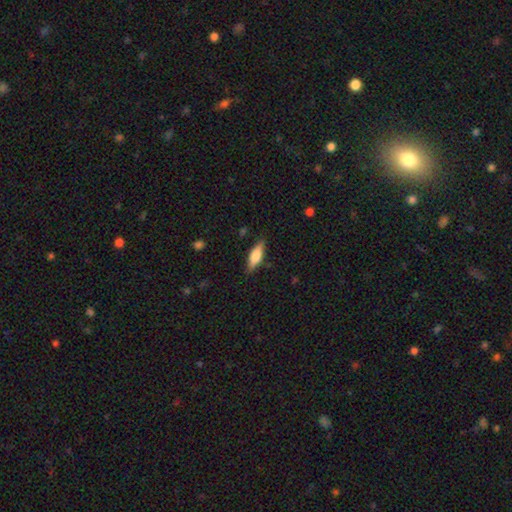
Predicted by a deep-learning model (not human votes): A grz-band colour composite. It shows a smooth galaxy with no disk features (66%) that is in between round and cigar-shaped (56%). Merging: none (85%).